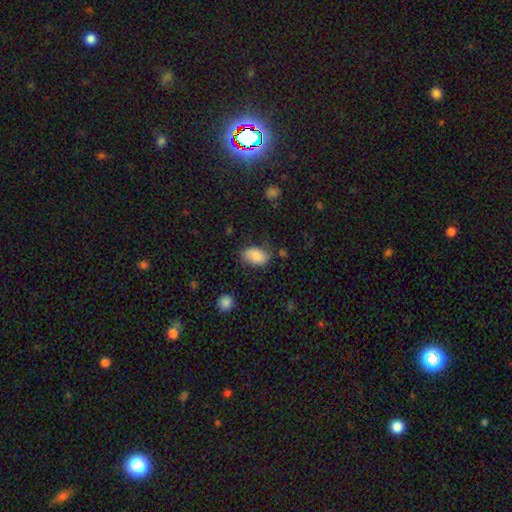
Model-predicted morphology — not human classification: This appears to be a smooth galaxy with no disk features (81%) that is in between round and cigar-shaped (89%). Merging: none (69%).